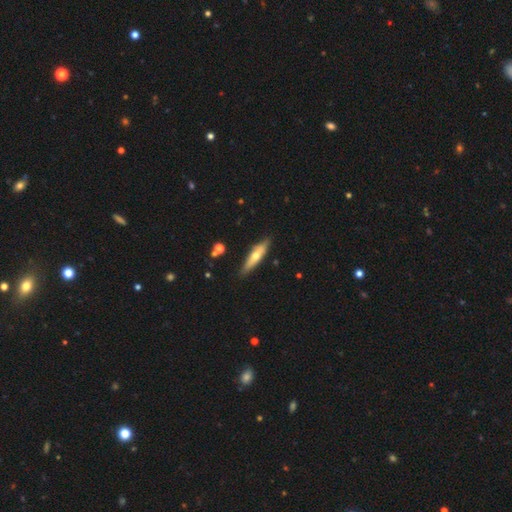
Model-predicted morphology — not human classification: Smooth or featured? smooth (49%)
Merging? none (84%)